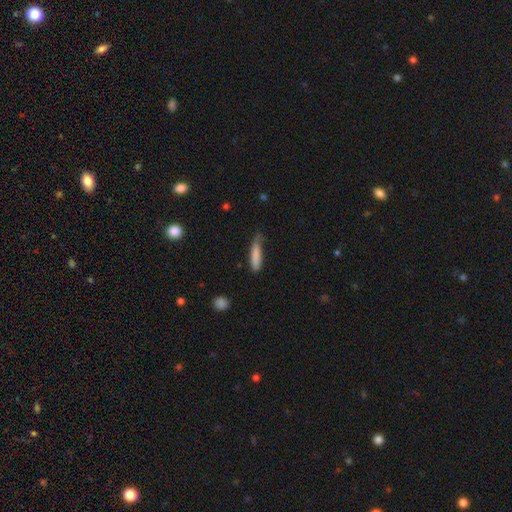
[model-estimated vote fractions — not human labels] Smooth or featured: smooth — 83% (featured or disk — 11%)
How rounded: cigar-shaped — 76% (in between — 23%)
Merging: none — 48% (minor disturbance — 38%)